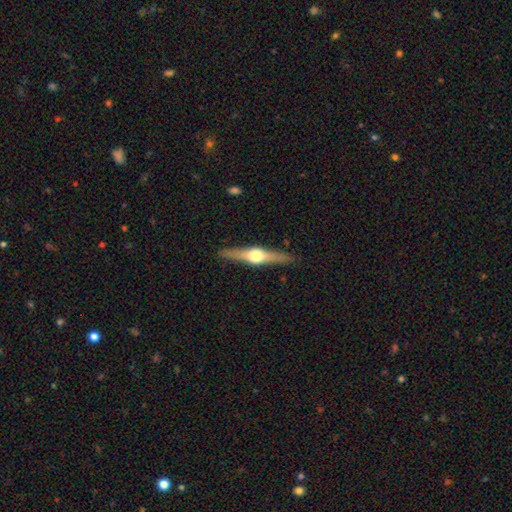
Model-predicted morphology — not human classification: type=featured or disk (75%); edge-on=yes (98%); edge-on bulge=rounded (95%); merging=none (90%).